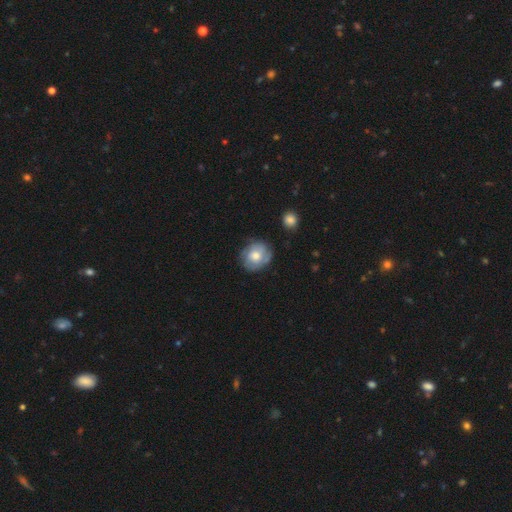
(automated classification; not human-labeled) This is possibly a smooth galaxy (53%). How rounded: likely round (73%). Merging: likely none (71%).